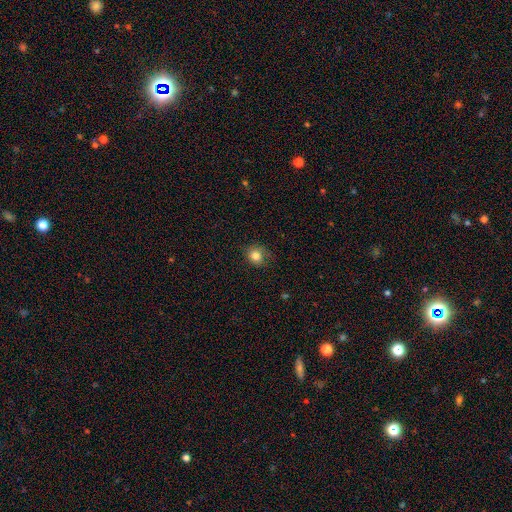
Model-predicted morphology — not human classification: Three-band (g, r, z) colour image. It shows a smooth galaxy with no disk features (83%) that is round (78%). Merging: none (78%).